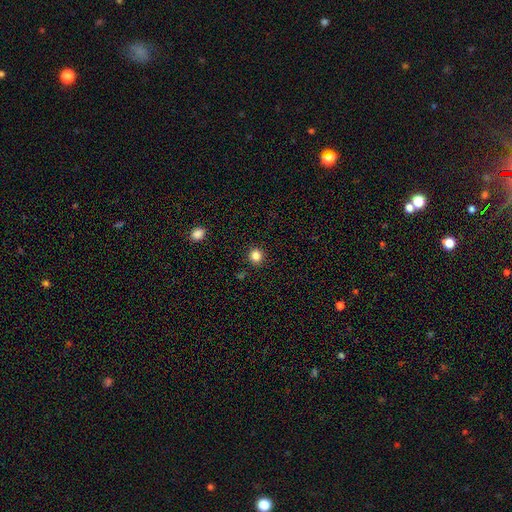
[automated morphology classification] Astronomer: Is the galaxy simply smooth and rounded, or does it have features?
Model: smooth — 84%.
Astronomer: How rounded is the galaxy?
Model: round — 89%.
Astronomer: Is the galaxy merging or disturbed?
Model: none — 91%.